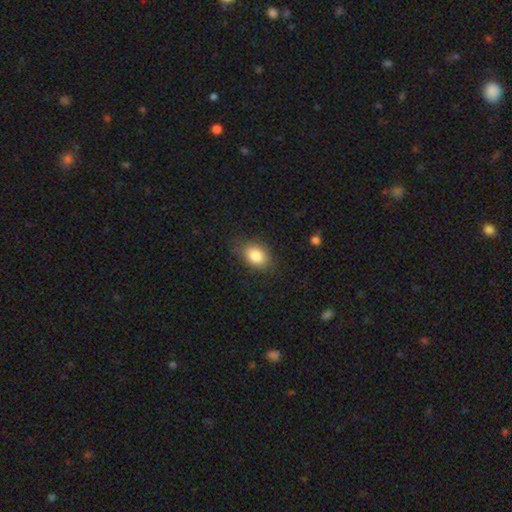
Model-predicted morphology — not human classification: Overall: smooth (84%). How rounded: in between (74%). Merging: none (77%).